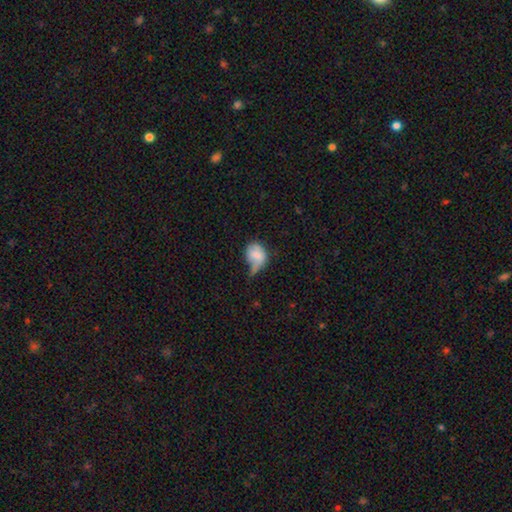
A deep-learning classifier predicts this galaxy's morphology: Smooth or featured: smooth — 71% (featured or disk — 21%)
How rounded: in between — 59% (round — 39%)
Merging: minor disturbance — 36% (major disturbance — 34%)